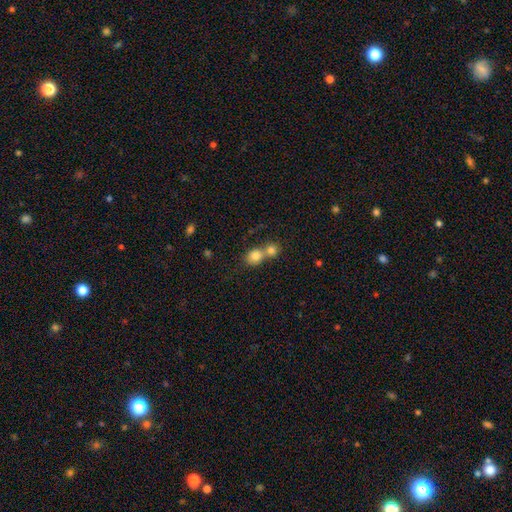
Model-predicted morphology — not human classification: Smooth or featured? Predicted: smooth (p=0.81). How rounded? Predicted: round (p=0.71). Merging? Predicted: merger (p=0.60).